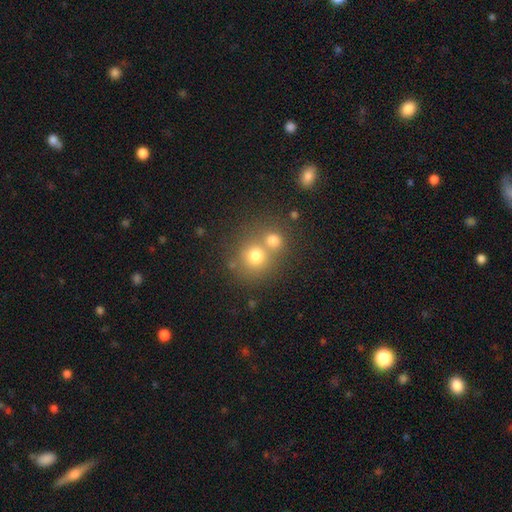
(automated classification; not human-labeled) Smooth or featured? Predicted: smooth (p=0.73). How rounded? Predicted: round (p=0.87). Merging? Predicted: none (p=0.48).